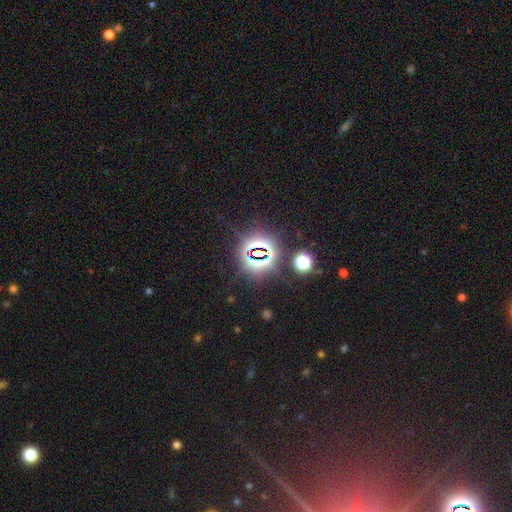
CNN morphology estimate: Smooth or featured? Predicted: star or artifact (p=0.78).